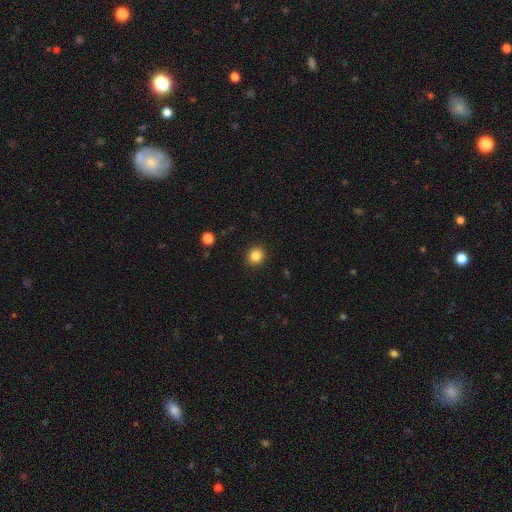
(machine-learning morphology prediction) Smooth or featured? Predicted: smooth (p=0.84). How rounded? Predicted: round (p=0.86). Merging? Predicted: none (p=0.91).